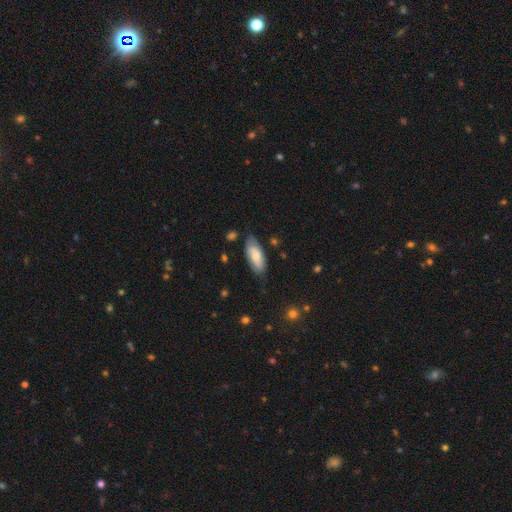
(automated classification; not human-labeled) Smooth or featured? Predicted: smooth (p=0.68). How rounded? Predicted: in between (p=0.82). Merging? Predicted: none (p=0.72).